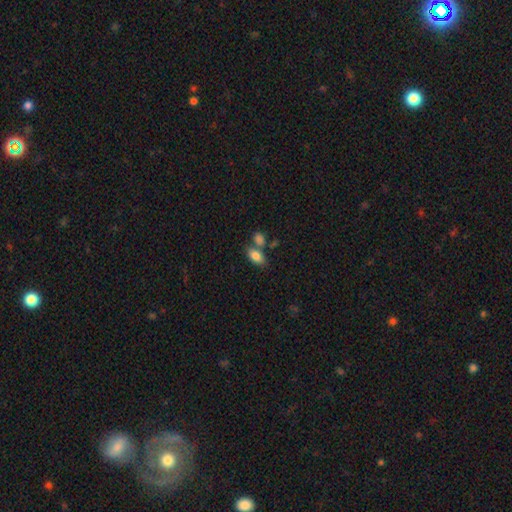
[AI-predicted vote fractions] smooth-or-featured: smooth: 83% | featured or disk: 9% | star or artifact: 8%
  how-rounded: in between: 89% | round: 8% | cigar-shaped: 3%
  merging: none: 53% | merger: 30% | minor disturbance: 12% | major disturbance: 4%